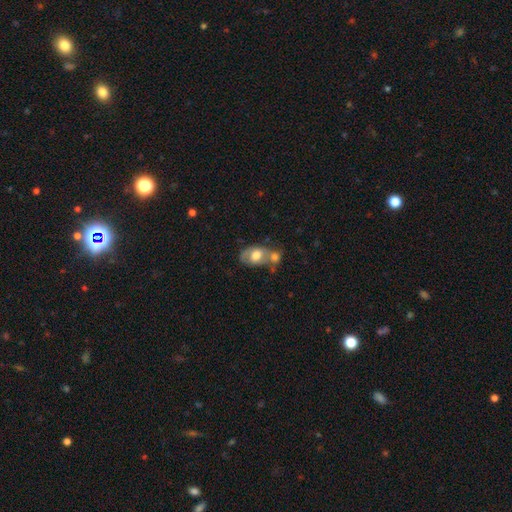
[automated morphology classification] smooth_or_featured: smooth (p=0.61) [alt: featured or disk p=0.32]
how_rounded: in between (p=0.79) [alt: round p=0.19]
merging: merger (p=0.52) [alt: none p=0.25]